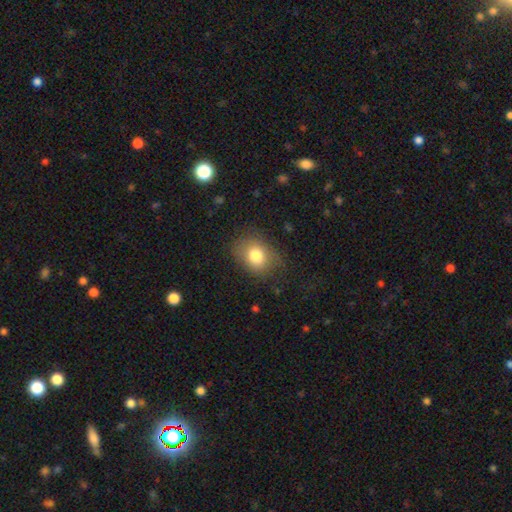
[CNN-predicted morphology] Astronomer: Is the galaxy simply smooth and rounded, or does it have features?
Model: smooth — 79%.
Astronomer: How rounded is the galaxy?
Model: in between — 54% (runner-up: round, 45%).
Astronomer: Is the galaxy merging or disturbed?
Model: none — 72%.